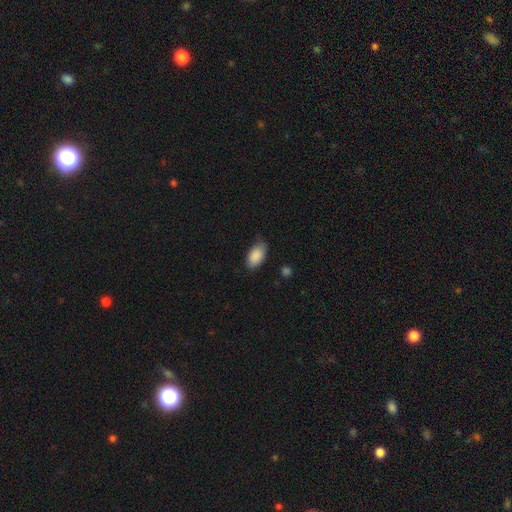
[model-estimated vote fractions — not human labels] smooth-or-featured: smooth: 89% | star or artifact: 6% | featured or disk: 5%
  how-rounded: in between: 94% | round: 4% | cigar-shaped: 2%
  merging: none: 70% | minor disturbance: 25% | major disturbance: 4% | merger: 1%